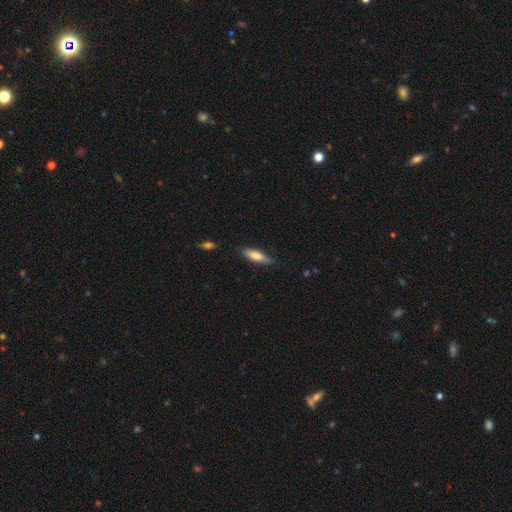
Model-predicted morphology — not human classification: Overall: smooth (68%). How rounded: cigar-shaped (56%; in between 42%). Merging: none (82%).